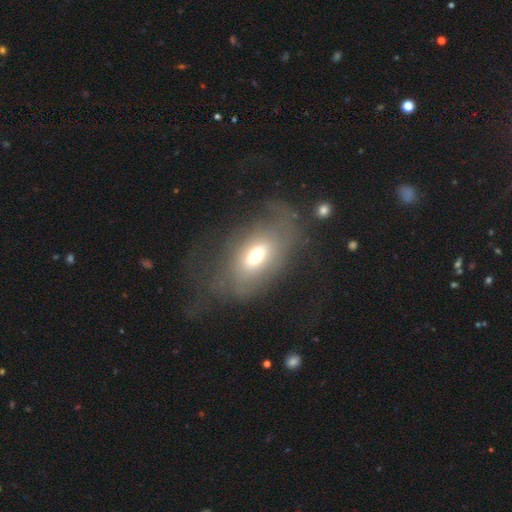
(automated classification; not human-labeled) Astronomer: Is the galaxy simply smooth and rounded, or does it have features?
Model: smooth — 49% (runner-up: featured or disk, 42%).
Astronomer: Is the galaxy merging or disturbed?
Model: none — 41% (runner-up: major disturbance, 36%).